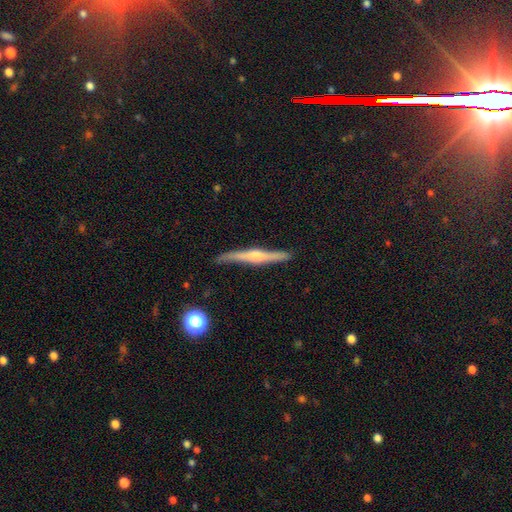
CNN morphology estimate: Smooth or featured: featured or disk — 74% (smooth — 20%)
Edge-on disk: yes — 97% (no — 3%)
Edge-on bulge: rounded — 81% (boxy — 10%)
Merging: none — 84% (minor disturbance — 12%)